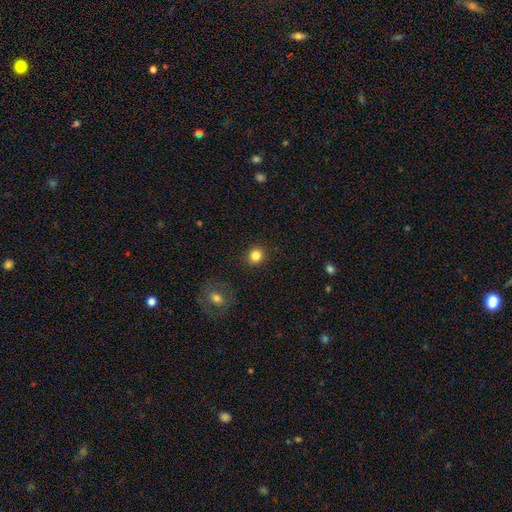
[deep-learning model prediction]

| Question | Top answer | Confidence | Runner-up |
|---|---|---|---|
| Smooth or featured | smooth | 83% | star or artifact (12%) |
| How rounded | round | 88% | in between (11%) |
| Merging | none | 90% | minor disturbance (6%) |